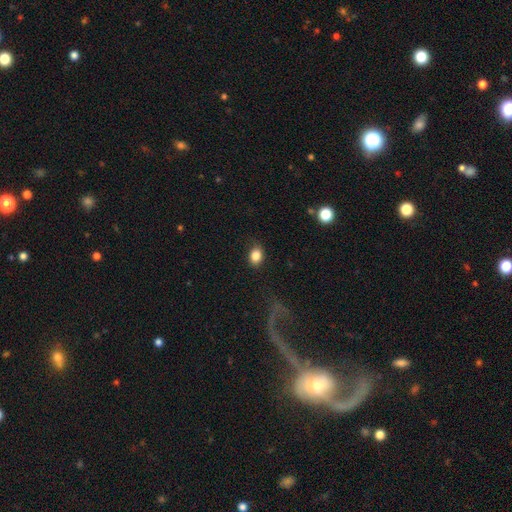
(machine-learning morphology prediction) type=smooth (85%); roundness=in between (68%); merging=none (82%).